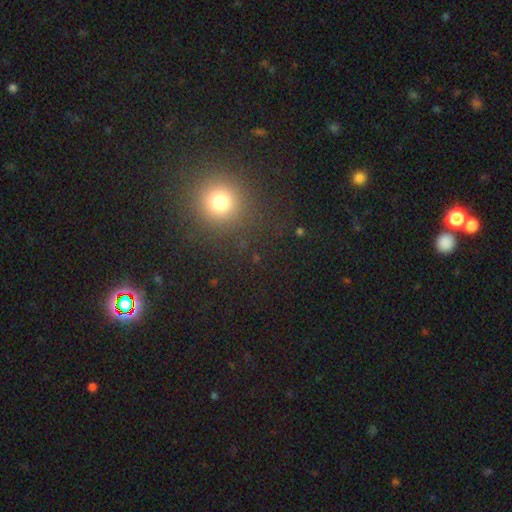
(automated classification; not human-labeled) smooth 61%, star or artifact 34%, featured or disk 5%. Down the decision tree: how rounded — round (92%); merging — none (91%).